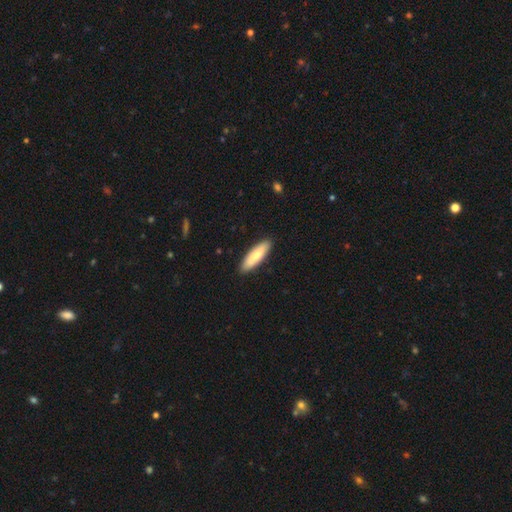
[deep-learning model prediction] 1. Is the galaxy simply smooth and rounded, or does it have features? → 76% smooth, 19% featured or disk, 5% star or artifact.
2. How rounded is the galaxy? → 60% cigar-shaped, 39% in between, 2% round.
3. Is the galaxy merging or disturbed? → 90% none, 7% minor disturbance, 1% major disturbance, 1% merger.